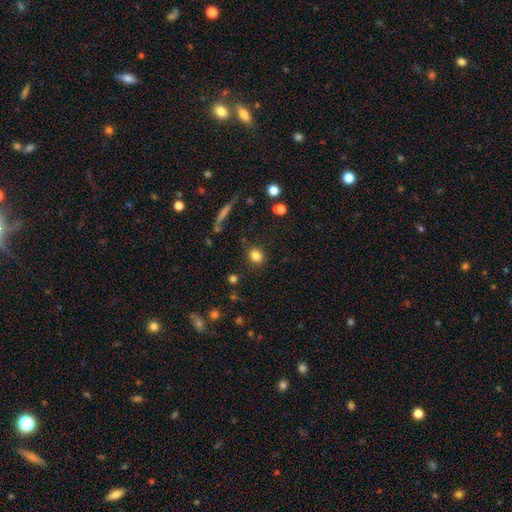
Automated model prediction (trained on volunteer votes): The model was most divided on "how rounded": round: 72%, in between: 26%, cigar-shaped: 2%. More confident: merging — none (86%); smooth or featured — smooth (82%).